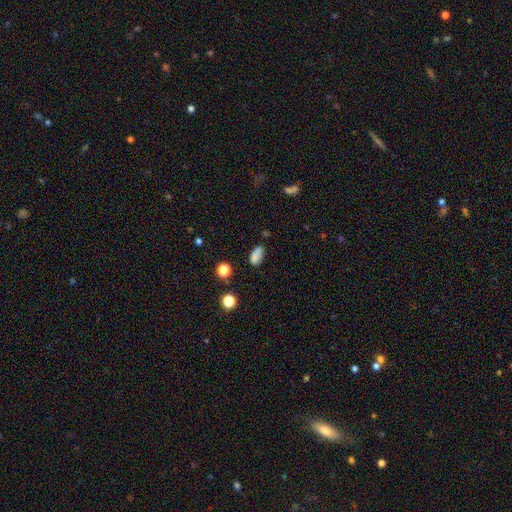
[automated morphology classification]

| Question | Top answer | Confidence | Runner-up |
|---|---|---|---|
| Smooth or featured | smooth | 79% | star or artifact (13%) |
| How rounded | in between | 87% | round (8%) |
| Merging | none | 57% | minor disturbance (28%) |